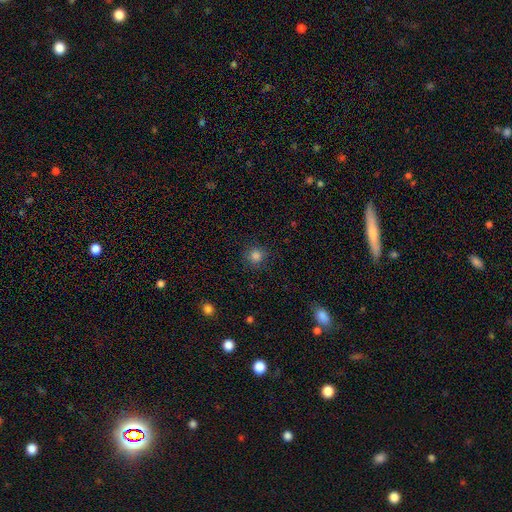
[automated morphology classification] This appears to be a smooth galaxy with no disk features (83%) that is round (92%). Merging: none (86%).